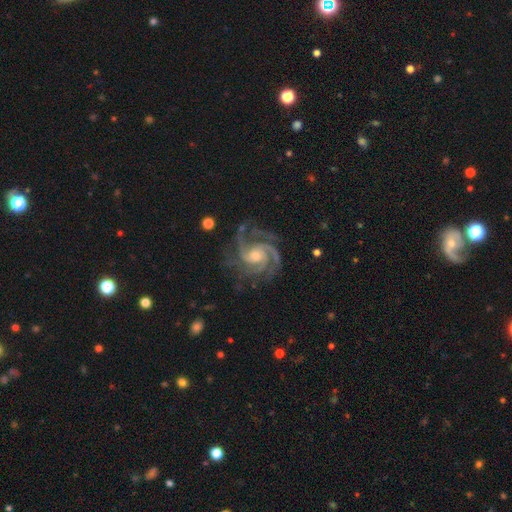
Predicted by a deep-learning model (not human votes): This is clearly a featured or disk galaxy (93%). It is clearly not viewed edge-on (98%). Bar: likely no (67%). Spiral arm pattern: clearly yes (99%). Spiral arm count: possibly 3 (49%). Spiral winding: possibly tight (54%). Central bulge: possibly small (51%). Merging: likely none (74%).